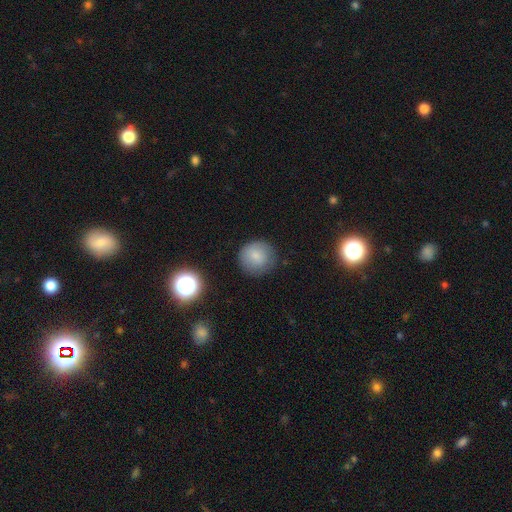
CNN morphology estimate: A smooth galaxy with no disk features (81%) that is round (92%). Merging: none (83%).